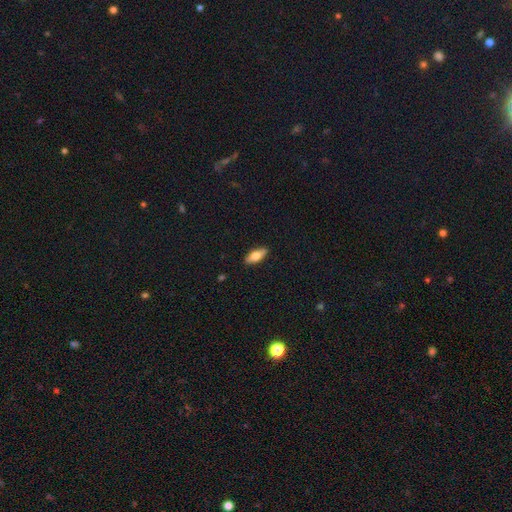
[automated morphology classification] Q: Smooth or featured?
A: smooth (72%); runner-up: featured or disk (22%)
Q: How rounded?
A: in between (70%); runner-up: cigar-shaped (27%)
Q: Merging?
A: none (89%); runner-up: minor disturbance (8%)